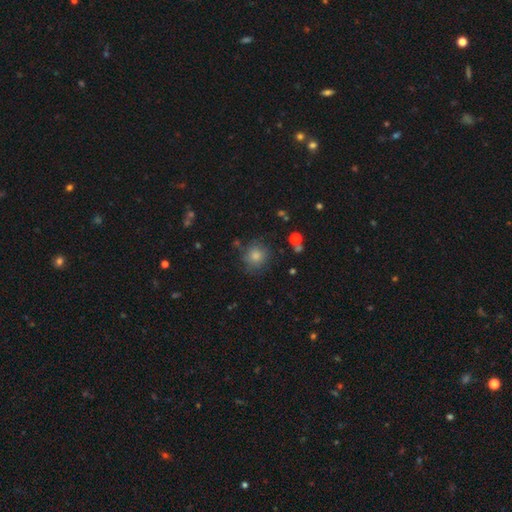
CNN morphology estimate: A smooth galaxy with no disk features (81%) that is round (89%).

Vote fractions:
- Smooth or featured? smooth: 81% / star or artifact: 11% / featured or disk: 8%
- How rounded? round: 89% / in between: 10% / cigar-shaped: 1%
- Merging? none: 78% / minor disturbance: 14% / major disturbance: 5% / merger: 3%